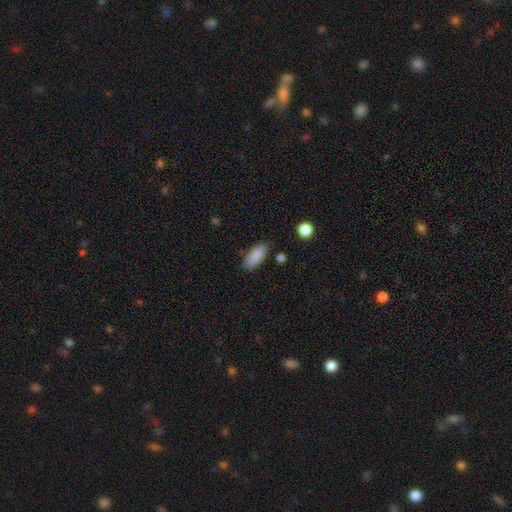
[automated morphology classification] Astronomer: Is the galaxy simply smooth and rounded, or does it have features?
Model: smooth — 87%.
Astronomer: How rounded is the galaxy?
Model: in between — 86%.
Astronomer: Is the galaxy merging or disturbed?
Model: none — 81%.